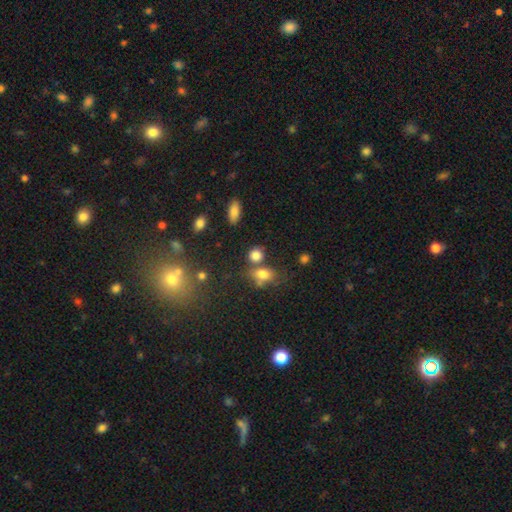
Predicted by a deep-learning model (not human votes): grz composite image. It shows a smooth galaxy with no disk features (80%) that is round (55%). Merging: none (56%).